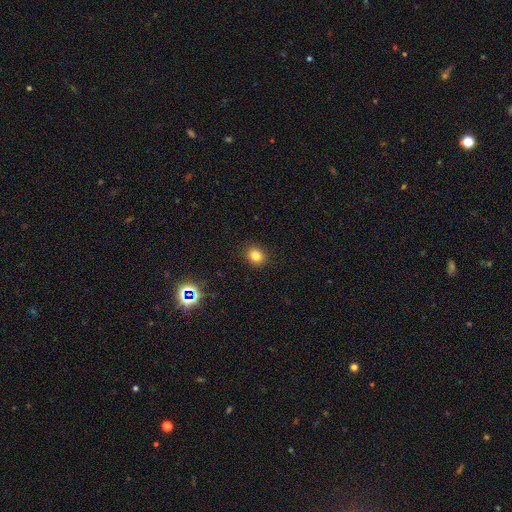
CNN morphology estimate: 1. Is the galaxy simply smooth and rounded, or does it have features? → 80% smooth, 14% star or artifact, 6% featured or disk.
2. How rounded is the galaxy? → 73% round, 26% in between, 1% cigar-shaped.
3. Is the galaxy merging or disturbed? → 91% none, 6% minor disturbance, 2% major disturbance, 1% merger.